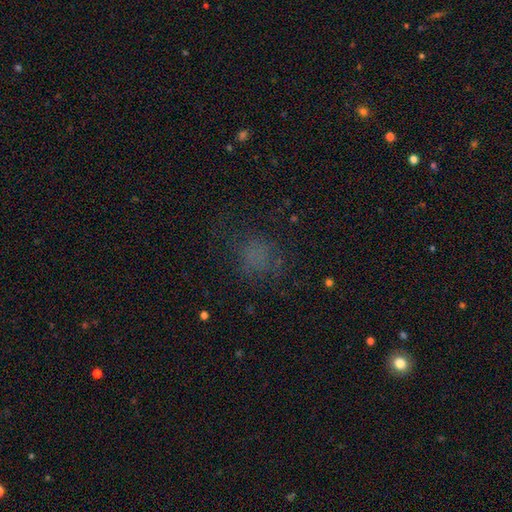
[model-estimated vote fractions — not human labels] smooth-or-featured: smooth: 56% | star or artifact: 28% | featured or disk: 16%
  how-rounded: round: 69% | in between: 29% | cigar-shaped: 1%
  merging: none: 63% | minor disturbance: 18% | major disturbance: 17% | merger: 2%